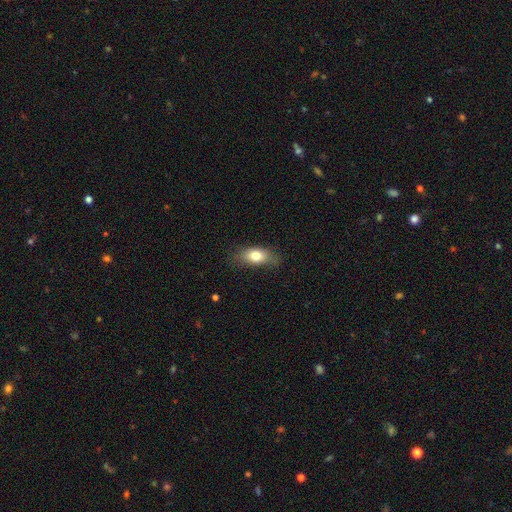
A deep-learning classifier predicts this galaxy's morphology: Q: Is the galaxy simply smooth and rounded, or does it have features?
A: smooth — 75%.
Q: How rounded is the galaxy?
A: in between — 80%.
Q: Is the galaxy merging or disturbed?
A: none — 69%.